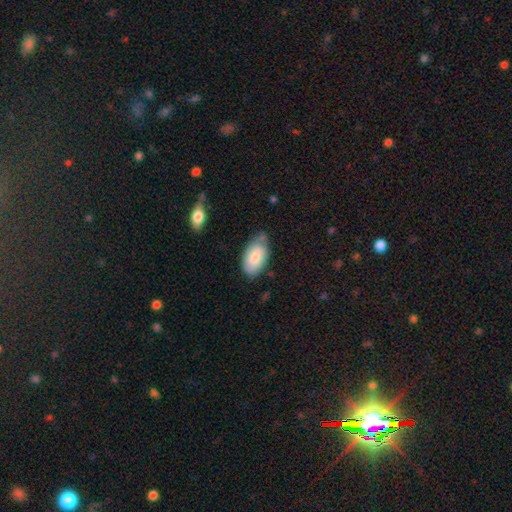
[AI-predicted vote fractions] A smooth galaxy with no disk features (75%) that is in between round and cigar-shaped (94%). Merging: none (60%).